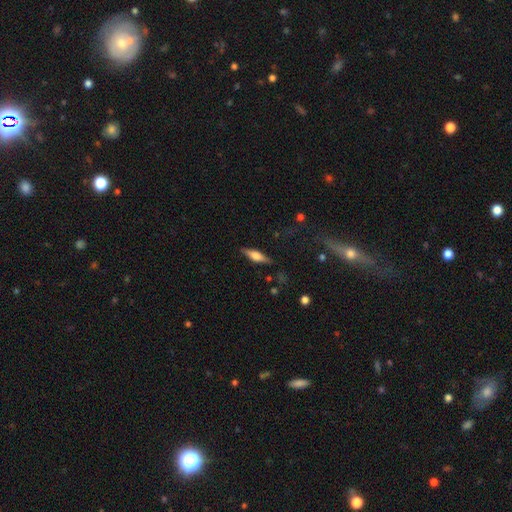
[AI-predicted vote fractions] Smooth or featured?
  - featured or disk: 50% *
  - smooth: 44%
  - star or artifact: 7%
Merging?
  - none: 85% *
  - minor disturbance: 11%
  - major disturbance: 3%
  - merger: 1%